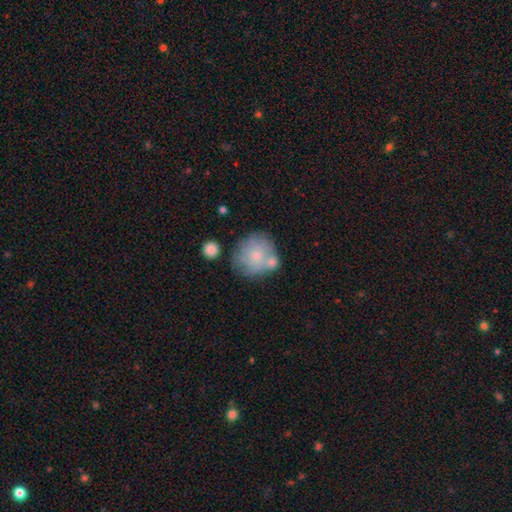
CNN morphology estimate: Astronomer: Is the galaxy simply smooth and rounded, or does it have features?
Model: smooth — 67%.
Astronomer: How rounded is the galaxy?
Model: round — 87%.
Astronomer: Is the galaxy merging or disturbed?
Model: none — 54%.